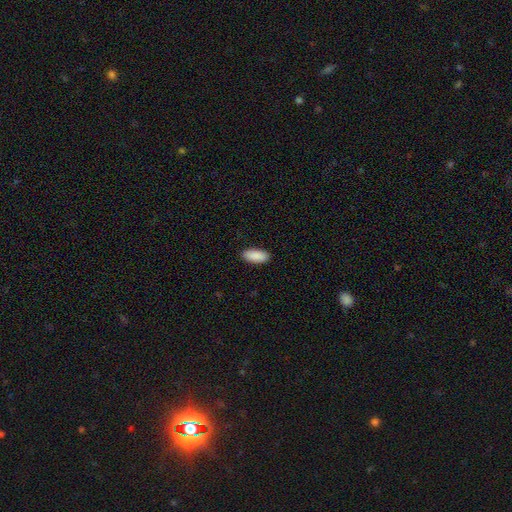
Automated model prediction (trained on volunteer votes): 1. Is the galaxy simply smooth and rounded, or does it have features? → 91% smooth, 6% star or artifact, 3% featured or disk.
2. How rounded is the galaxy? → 87% in between, 11% cigar-shaped, 2% round.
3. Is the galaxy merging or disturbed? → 90% none, 7% minor disturbance, 2% major disturbance, 1% merger.